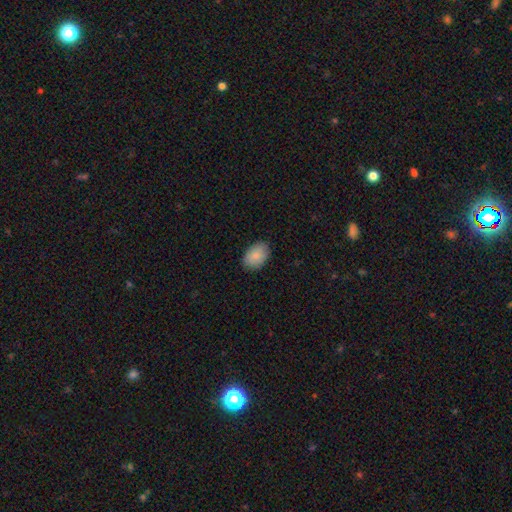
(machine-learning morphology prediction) Smooth or featured? smooth (87%)
How rounded? in between (86%)
Merging? none (87%)